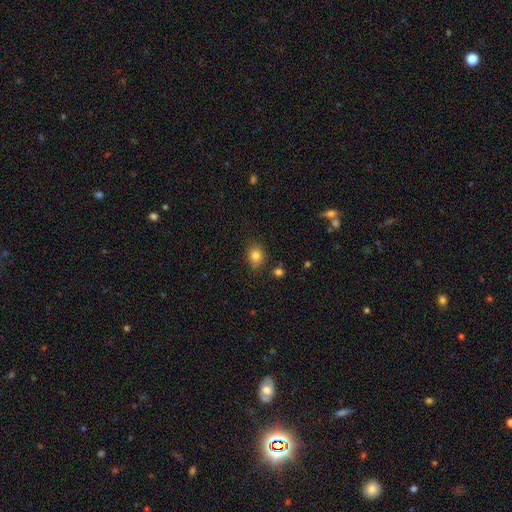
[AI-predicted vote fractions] A smooth galaxy with no disk features (82%) that is round (64%). Merging: none (80%).